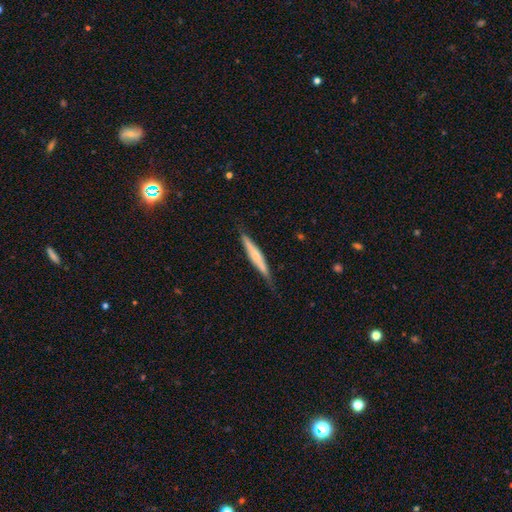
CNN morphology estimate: type=featured or disk (49%); merging=none (77%).